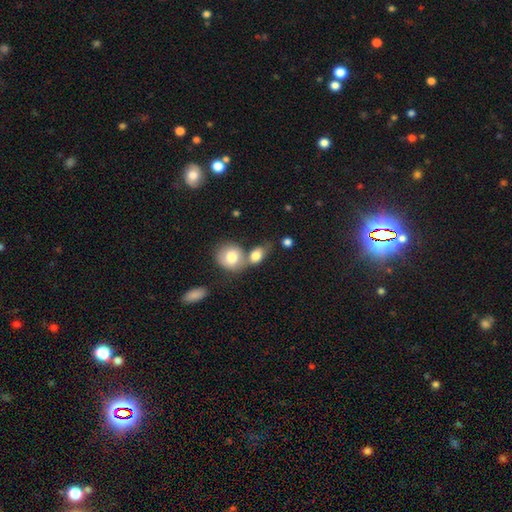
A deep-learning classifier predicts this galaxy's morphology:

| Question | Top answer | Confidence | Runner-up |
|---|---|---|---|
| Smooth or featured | smooth | 79% | featured or disk (13%) |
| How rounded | in between | 59% | round (38%) |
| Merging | merger | 48% | none (32%) |